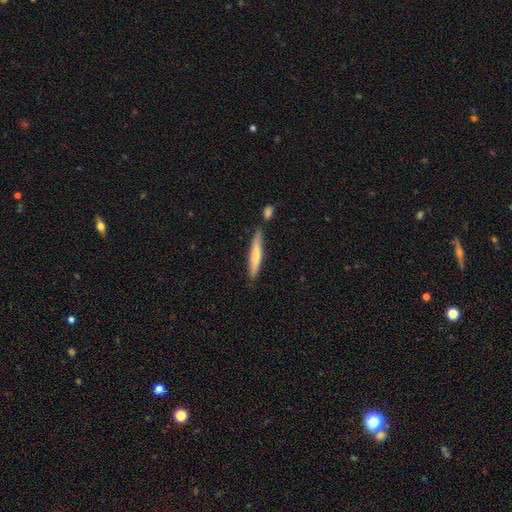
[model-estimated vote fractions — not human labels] This appears to be a smooth galaxy with no disk features (64%) that is cigar-shaped (92%). Merging: none (71%).